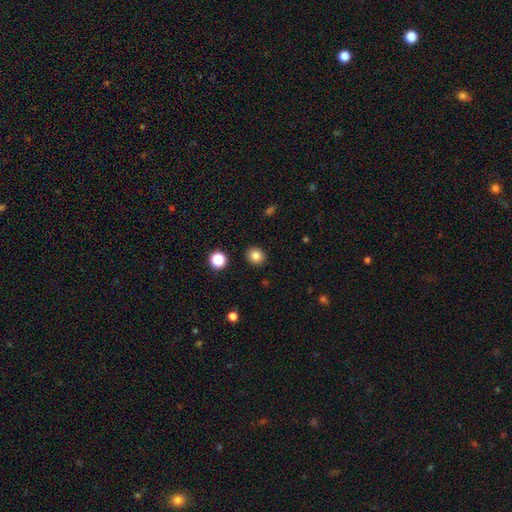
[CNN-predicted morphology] Q: Smooth or featured?
A: smooth (83%); runner-up: star or artifact (11%)
Q: How rounded?
A: round (80%); runner-up: in between (19%)
Q: Merging?
A: none (91%); runner-up: minor disturbance (6%)